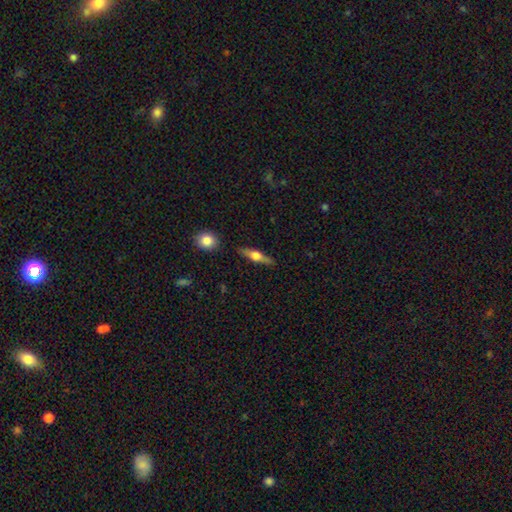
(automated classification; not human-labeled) featured or disk 57%, smooth 37%, star or artifact 6%. Down the decision tree: edge-on disk — yes (95%); edge-on bulge — rounded (90%); merging — none (86%).